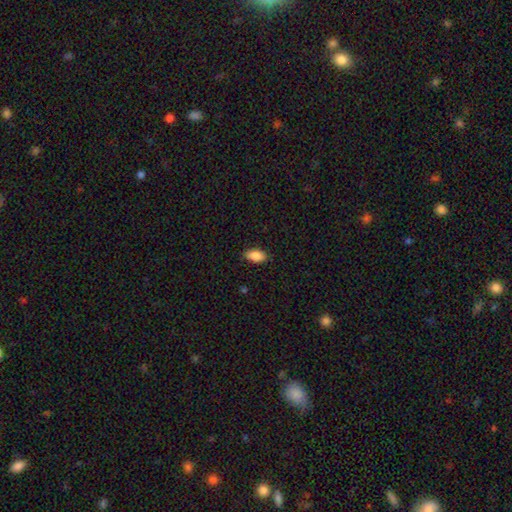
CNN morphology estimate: This is clearly a smooth galaxy (88%). How rounded: clearly in between (92%). Merging: clearly none (86%).